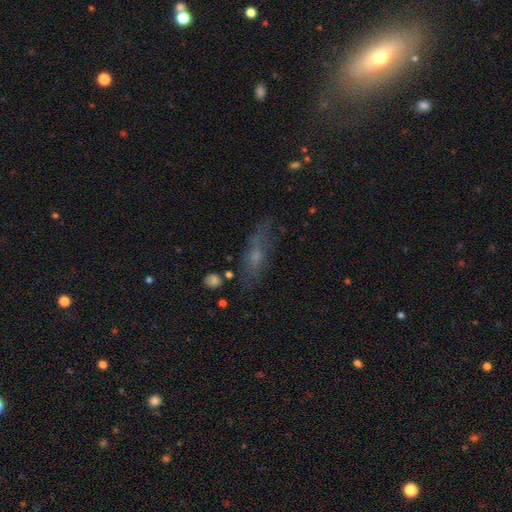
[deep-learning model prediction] A smooth galaxy with no disk features (43%).

Vote fractions:
- Smooth or featured? smooth: 43% / featured or disk: 39% / star or artifact: 18%
- Merging? none: 68% / minor disturbance: 19% / major disturbance: 9% / merger: 4%